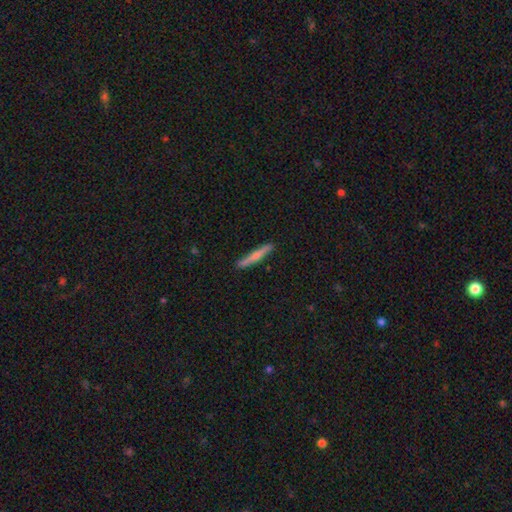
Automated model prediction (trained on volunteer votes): Q: Smooth or featured?
A: smooth (59%); runner-up: featured or disk (36%)
Q: How rounded?
A: cigar-shaped (94%); runner-up: in between (4%)
Q: Merging?
A: none (88%); runner-up: minor disturbance (9%)